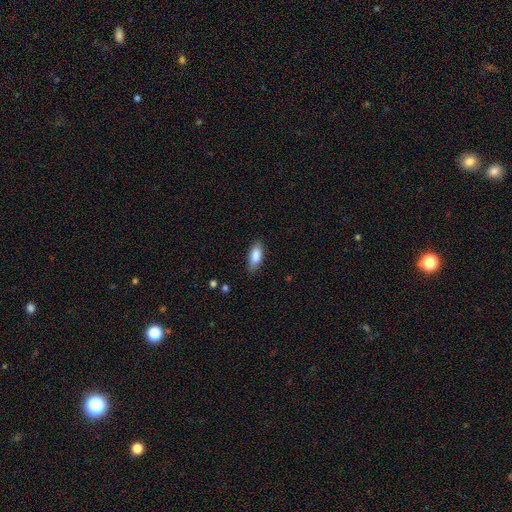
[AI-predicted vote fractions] Q: Smooth or featured?
A: smooth (86%); runner-up: featured or disk (8%)
Q: How rounded?
A: in between (81%); runner-up: cigar-shaped (17%)
Q: Merging?
A: none (83%); runner-up: minor disturbance (13%)